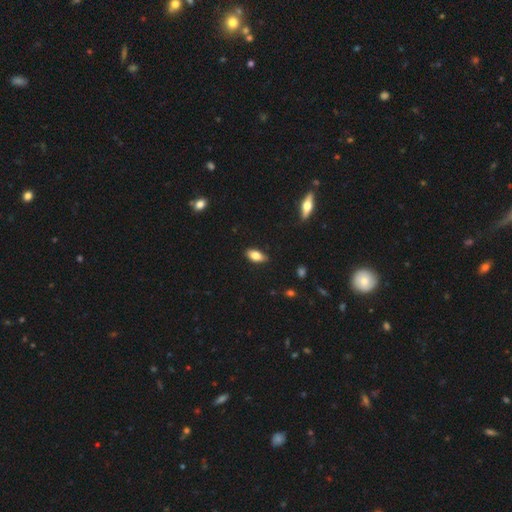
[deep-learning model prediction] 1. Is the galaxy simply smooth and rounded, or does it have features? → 73% smooth, 19% featured or disk, 7% star or artifact.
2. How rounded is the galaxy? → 85% in between, 12% cigar-shaped, 3% round.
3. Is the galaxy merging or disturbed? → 84% none, 12% minor disturbance, 2% major disturbance, 1% merger.